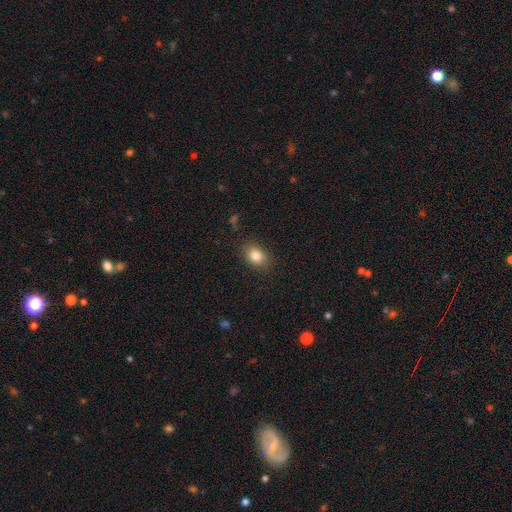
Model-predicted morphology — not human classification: Smooth or featured? Predicted: smooth (p=0.84). How rounded? Predicted: in between (p=0.65). Merging? Predicted: none (p=0.84).